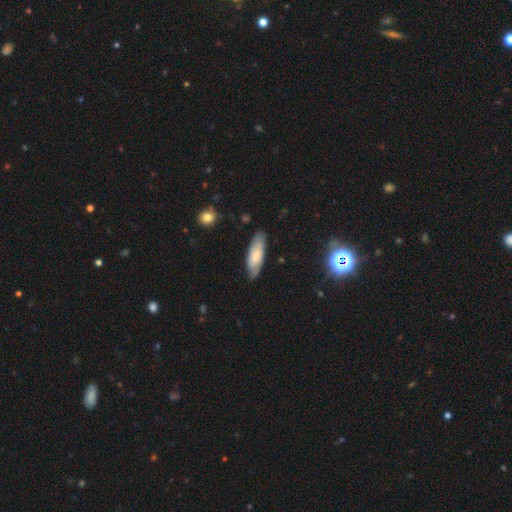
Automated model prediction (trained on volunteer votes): smooth-or-featured: smooth: 70% | featured or disk: 24% | star or artifact: 6%
  how-rounded: in between: 58% | cigar-shaped: 40% | round: 2%
  merging: none: 80% | minor disturbance: 15% | major disturbance: 3% | merger: 1%